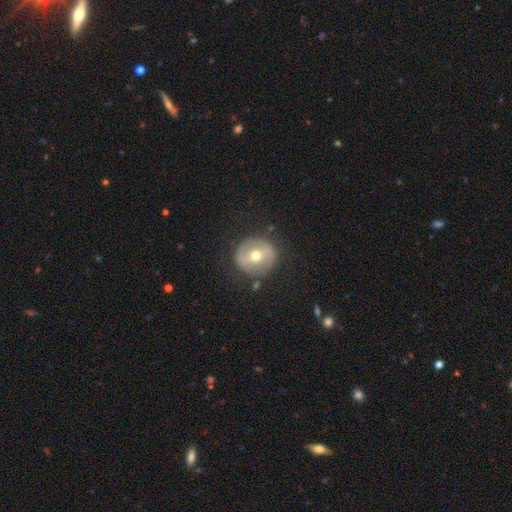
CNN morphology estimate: featured or disk 55%, smooth 38%, star or artifact 7%. Down the decision tree: edge-on disk — no (94%); bar — weak (36%); spiral arms — no (68%); bulge size — moderate (70%); merging — none (83%).